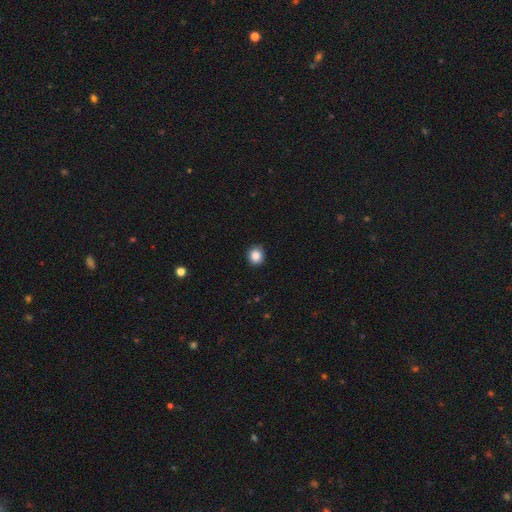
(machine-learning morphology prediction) Overall: smooth (87%). How rounded: round (87%). Merging: none (85%).